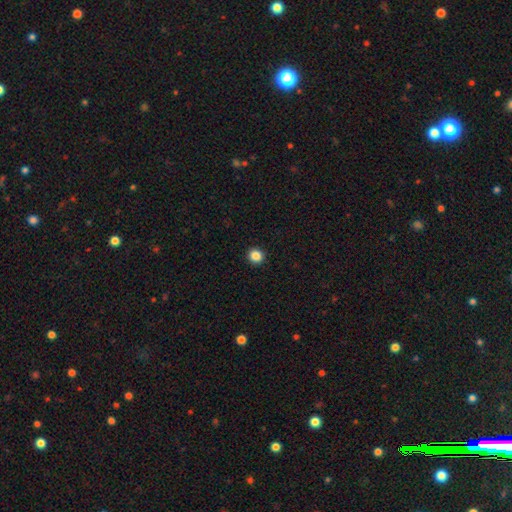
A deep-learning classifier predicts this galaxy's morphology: smooth-or-featured: smooth: 86% | star or artifact: 11% | featured or disk: 3%
  how-rounded: round: 94% | in between: 5% | cigar-shaped: 1%
  merging: none: 94% | minor disturbance: 4% | major disturbance: 1% | merger: 1%